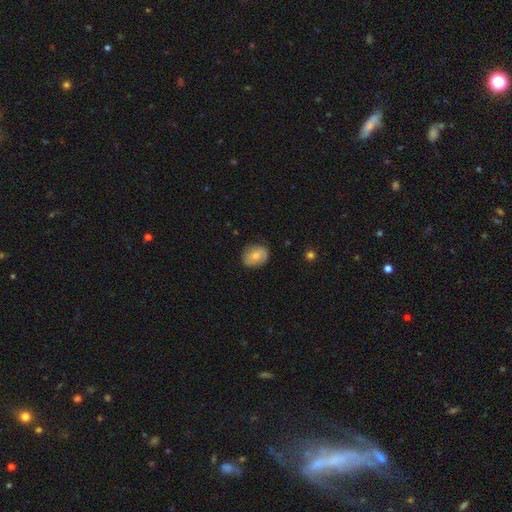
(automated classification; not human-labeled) Morphology: type=smooth (66%); roundness=in between (50%); merging=none (76%).